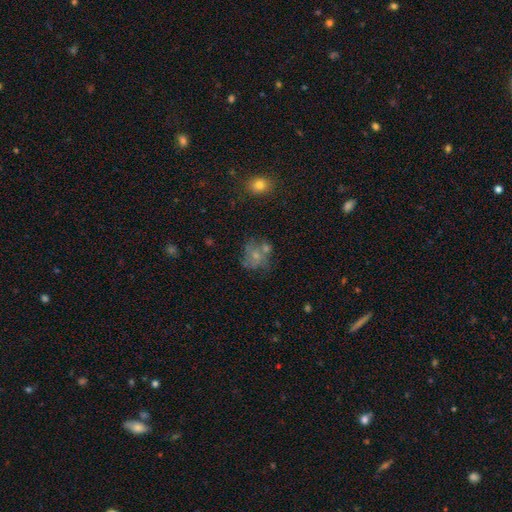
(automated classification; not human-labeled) Smooth or featured? Predicted: smooth (p=0.55). How rounded? Predicted: round (p=0.68). Merging? Predicted: none (p=0.44).